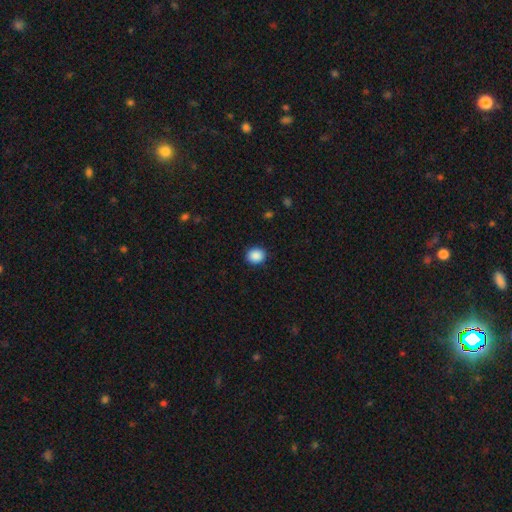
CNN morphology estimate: smooth-or-featured: smooth: 89% | star or artifact: 8% | featured or disk: 2%
  how-rounded: round: 72% | in between: 27% | cigar-shaped: 1%
  merging: none: 91% | minor disturbance: 6% | major disturbance: 2% | merger: 1%